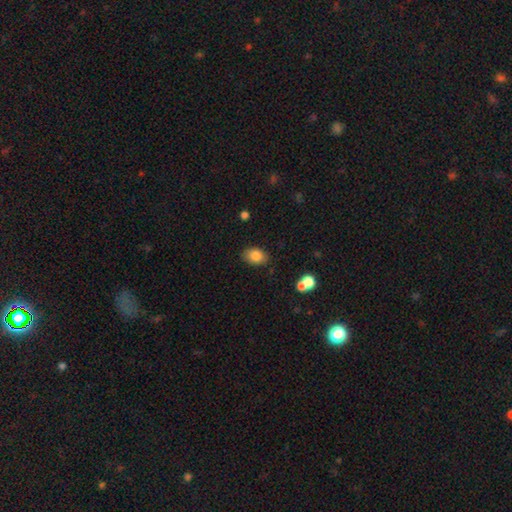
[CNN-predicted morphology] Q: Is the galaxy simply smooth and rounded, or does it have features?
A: smooth — 85%.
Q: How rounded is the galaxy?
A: in between — 81%.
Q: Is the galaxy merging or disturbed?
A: none — 81%.